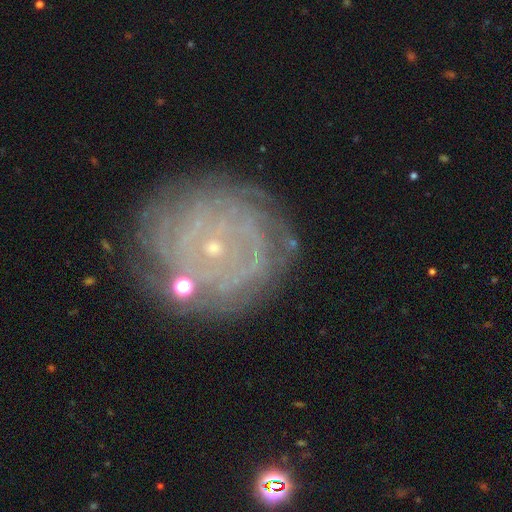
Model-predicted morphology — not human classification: smooth-or-featured: featured or disk: 81% | smooth: 10% | star or artifact: 9%
  disk-edge-on: no: 97% | yes: 3%
    bar: no: 76% | weak: 18% | strong: 6%
    has-spiral-arms: yes: 94% | no: 6%
      spiral-winding: tight: 85% | medium: 12% | loose: 3%
      spiral-arm-count: can't tell: 36% | 4: 16% | more than 4: 15% | 2: 12% | 3: 12% | 1: 8%
    bulge-size: small: 89% | moderate: 7% | none: 2% | large: 1% | dominant: 1%
  merging: none: 78% | minor disturbance: 14% | major disturbance: 5% | merger: 3%